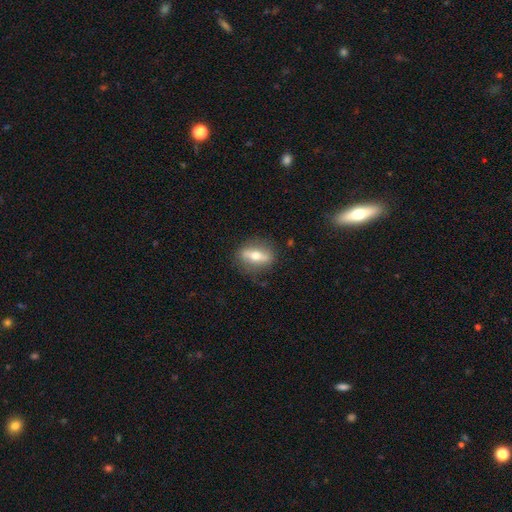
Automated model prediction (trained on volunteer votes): Overall: featured or disk (50%; smooth 43%). Merging: none (83%).